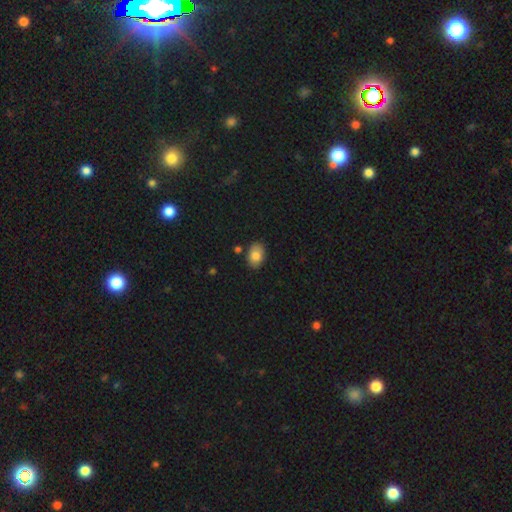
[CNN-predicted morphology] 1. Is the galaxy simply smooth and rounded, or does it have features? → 82% smooth, 10% featured or disk, 8% star or artifact.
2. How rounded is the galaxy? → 83% in between, 16% round, 1% cigar-shaped.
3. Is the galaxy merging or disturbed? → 83% none, 12% minor disturbance, 3% merger, 2% major disturbance.